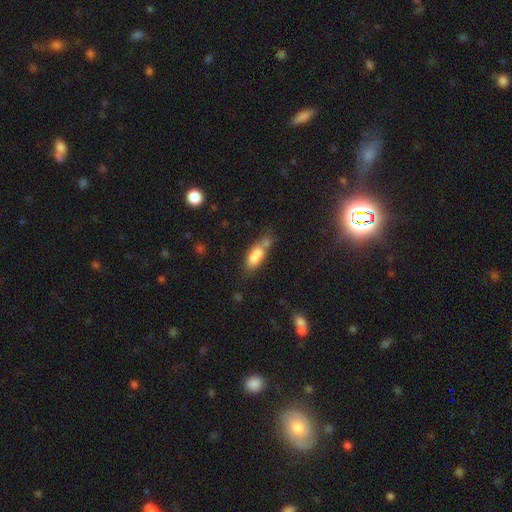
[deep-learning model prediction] smooth 70%, featured or disk 21%, star or artifact 10%. Down the decision tree: how rounded — in between (73%); merging — merger (44%).